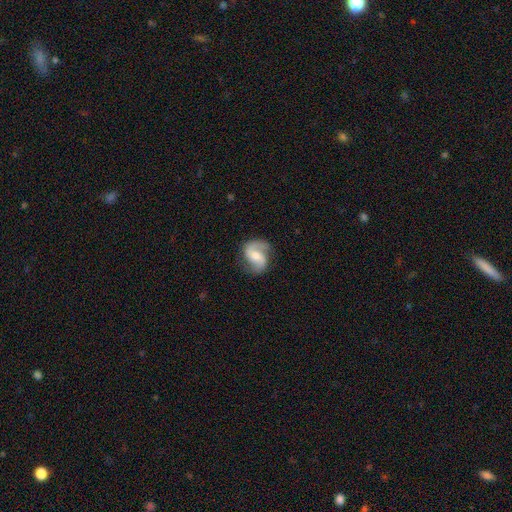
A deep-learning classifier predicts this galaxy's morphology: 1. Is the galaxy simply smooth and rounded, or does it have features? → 85% featured or disk, 10% smooth, 5% star or artifact.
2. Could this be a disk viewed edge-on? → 98% no, 2% yes.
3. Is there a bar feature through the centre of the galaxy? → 44% no, 43% weak, 13% strong.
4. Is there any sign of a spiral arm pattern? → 97% yes, 3% no.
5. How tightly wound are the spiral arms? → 52% medium, 30% loose, 18% tight.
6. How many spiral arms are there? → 90% 2, 4% 1, 3% can't tell, 1% 3, 1% 4, 1% more than 4.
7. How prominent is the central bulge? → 62% moderate, 29% small, 5% large, 2% none, 1% dominant.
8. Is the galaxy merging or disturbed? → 78% none, 16% minor disturbance, 5% major disturbance, 1% merger.